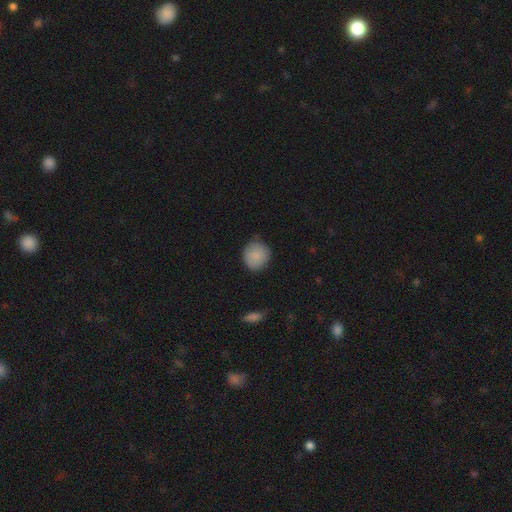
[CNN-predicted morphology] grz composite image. It shows a smooth galaxy with no disk features (87%) that is round (88%). Merging: none (79%).